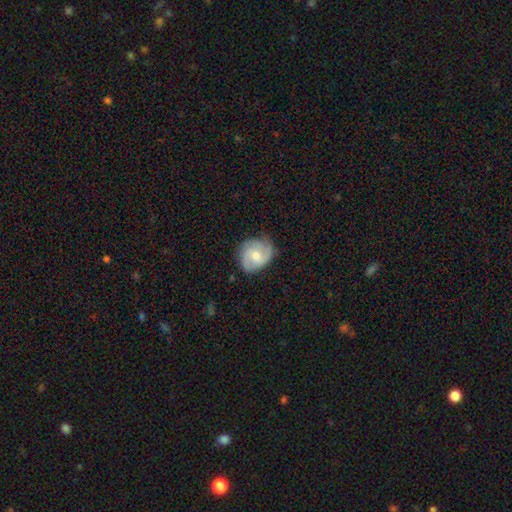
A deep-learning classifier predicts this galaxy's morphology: Smooth or featured? Predicted: featured or disk (p=0.64). Edge-on disk? Predicted: no (p=0.98). Bar? Predicted: no (p=0.59). Spiral arms? Predicted: yes (p=0.92). Spiral winding? Predicted: medium (p=0.46). Spiral arm count? Predicted: 2 (p=0.40). Bulge size? Predicted: moderate (p=0.63). Merging? Predicted: none (p=0.71).